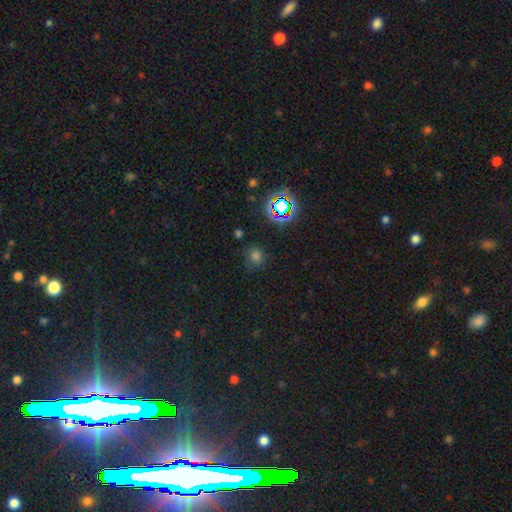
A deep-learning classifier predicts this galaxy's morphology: This appears to be a smooth galaxy with no disk features (64%) that is round (80%). Merging: none (76%).